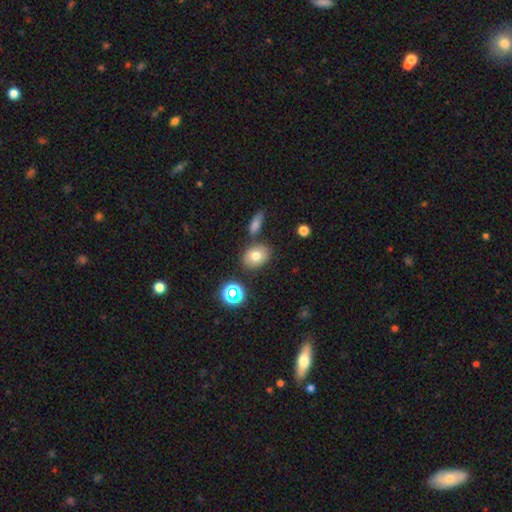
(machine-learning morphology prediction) Smooth or featured? smooth (73%)
How rounded? in between (64%)
Merging? none (76%)